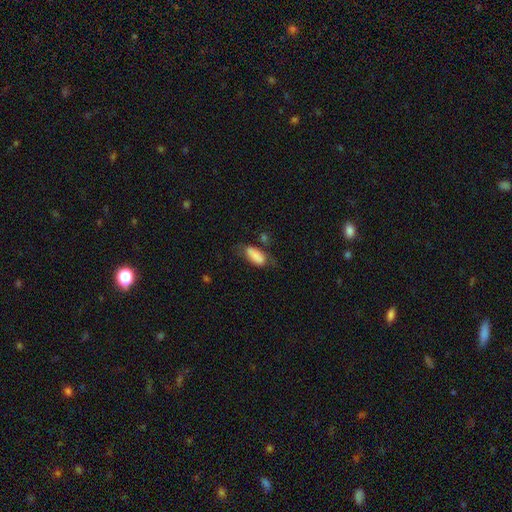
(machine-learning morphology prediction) This is clearly a smooth galaxy (82%). How rounded: clearly in between (84%). Merging: possibly none (48%).